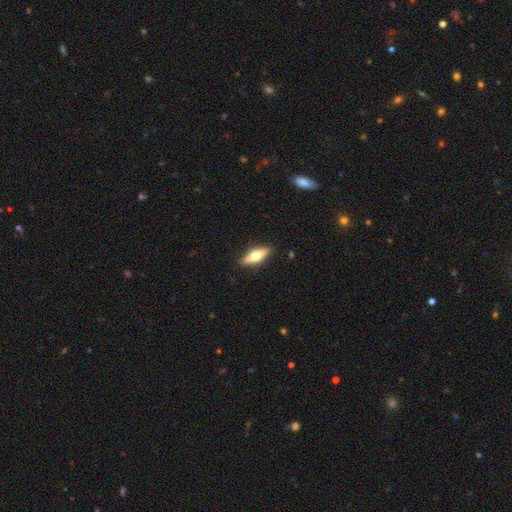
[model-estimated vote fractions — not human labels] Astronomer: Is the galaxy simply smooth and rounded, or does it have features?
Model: smooth — 48% (runner-up: featured or disk, 46%).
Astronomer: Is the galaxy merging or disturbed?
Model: none — 88%.